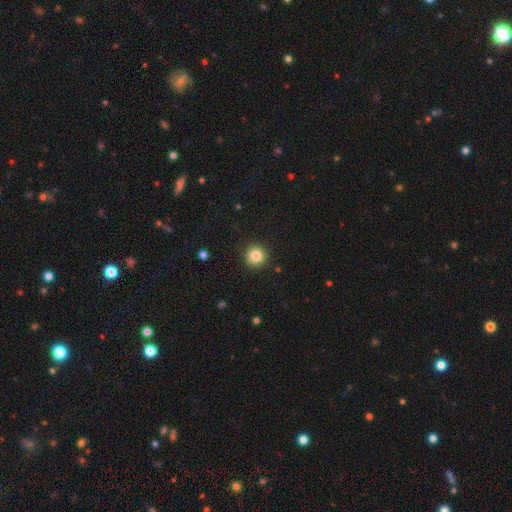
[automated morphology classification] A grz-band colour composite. It shows a smooth galaxy with no disk features (83%) that is round (95%). Merging: none (91%).